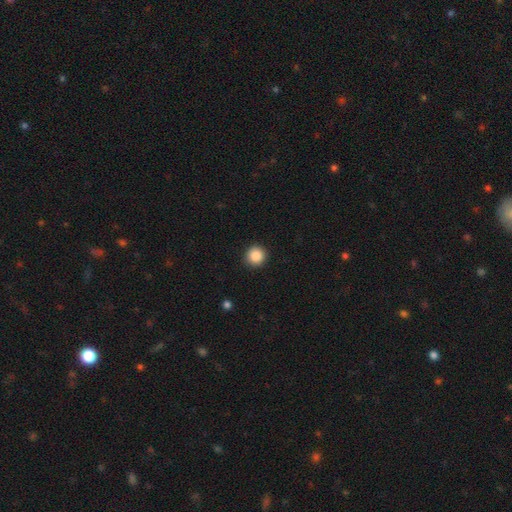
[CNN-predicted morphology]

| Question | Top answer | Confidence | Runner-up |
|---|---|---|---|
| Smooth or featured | smooth | 88% | star or artifact (9%) |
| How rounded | round | 94% | in between (5%) |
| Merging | none | 92% | minor disturbance (6%) |